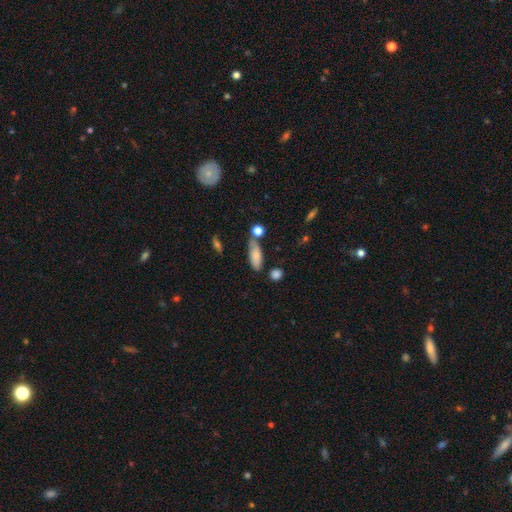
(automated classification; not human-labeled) This appears to be a smooth galaxy with no disk features (76%) that is in between round and cigar-shaped (67%). Merging: none (62%).